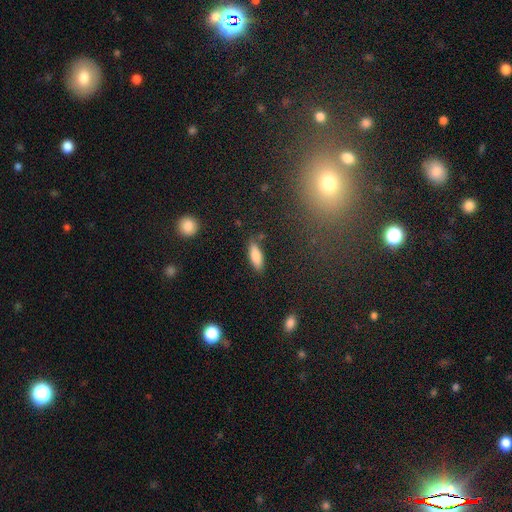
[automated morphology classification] smooth-or-featured: smooth: 81% | featured or disk: 12% | star or artifact: 7%
  how-rounded: in between: 64% | cigar-shaped: 34% | round: 2%
  merging: none: 80% | minor disturbance: 14% | major disturbance: 3% | merger: 3%